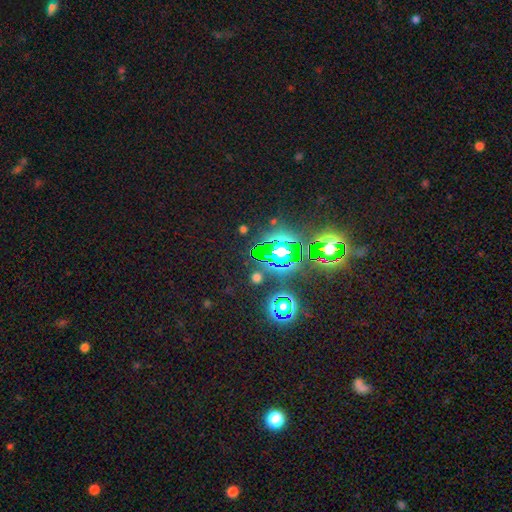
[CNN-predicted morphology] The model was most divided on "smooth or featured": star or artifact: 80%, smooth: 12%, featured or disk: 8%.